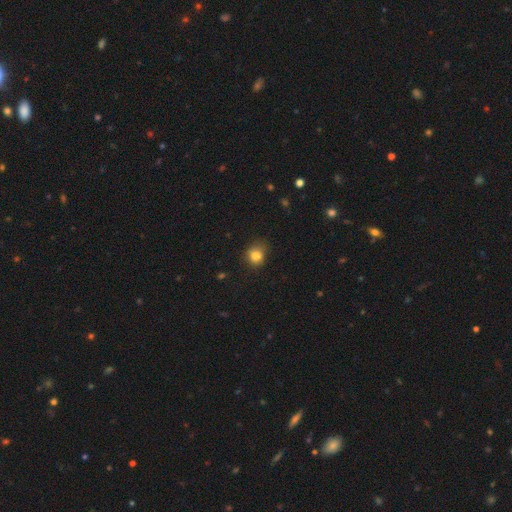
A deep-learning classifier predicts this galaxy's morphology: Overall: smooth (83%). How rounded: round (76%). Merging: none (72%).